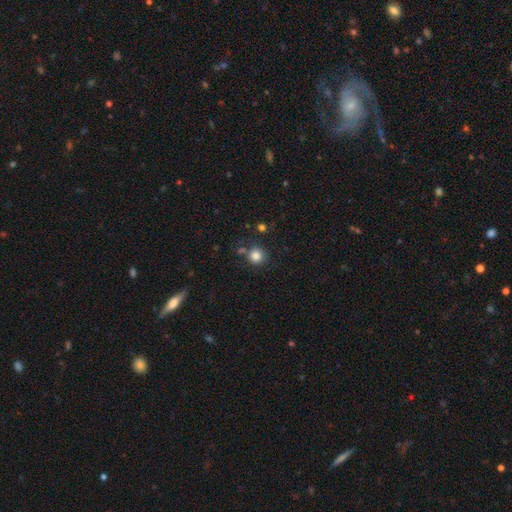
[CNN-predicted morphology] type=smooth (84%); roundness=round (92%); merging=none (76%).